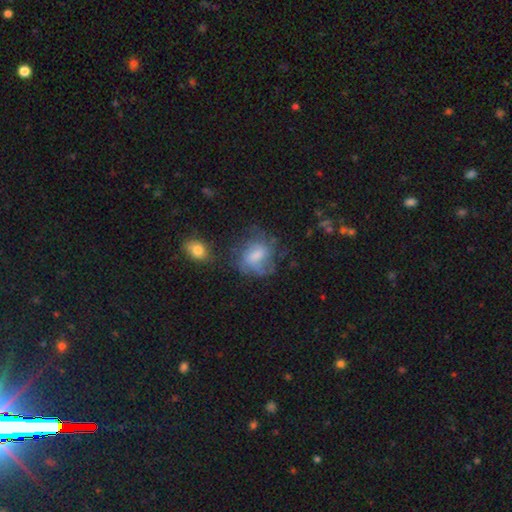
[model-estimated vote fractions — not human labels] This appears to be a smooth galaxy with no disk features (53%) that is in between round and cigar-shaped (58%). Merging: none (47%).